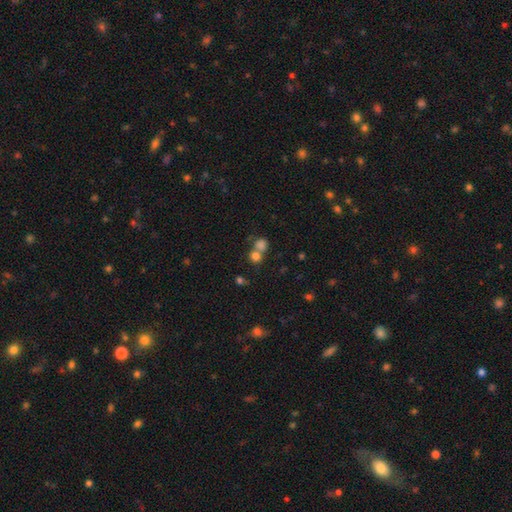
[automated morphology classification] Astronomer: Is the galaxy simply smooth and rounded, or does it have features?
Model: smooth — 76%.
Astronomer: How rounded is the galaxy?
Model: round — 81%.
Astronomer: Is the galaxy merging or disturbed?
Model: merger — 44%, tied with none at 44%.